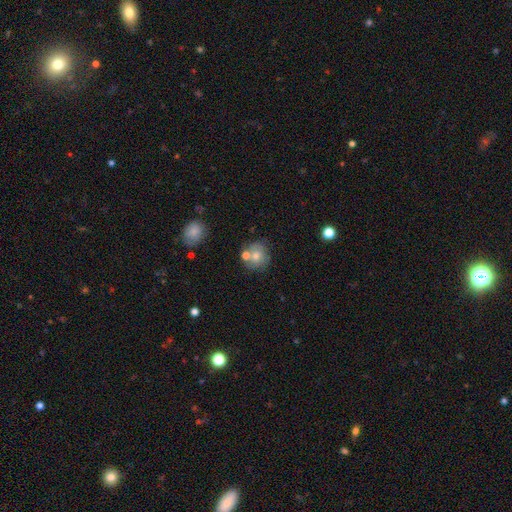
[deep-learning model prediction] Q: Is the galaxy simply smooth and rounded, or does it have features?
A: smooth — 65%.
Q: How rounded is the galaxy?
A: round — 85%.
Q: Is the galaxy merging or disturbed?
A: none — 59%.